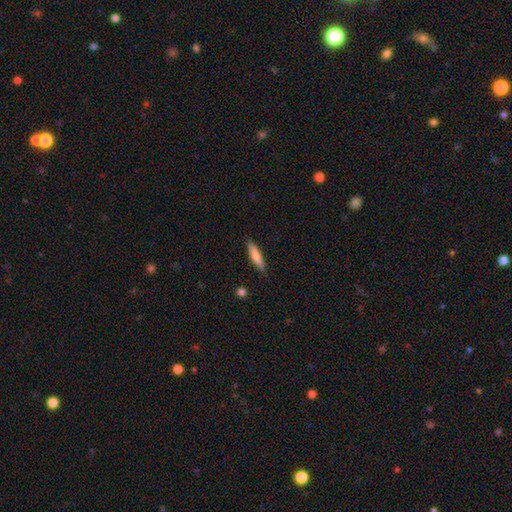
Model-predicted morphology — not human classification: smooth_or_featured: smooth (p=0.75) [alt: featured or disk p=0.19]
how_rounded: cigar-shaped (p=0.78) [alt: in between p=0.20]
merging: none (p=0.85) [alt: minor disturbance p=0.11]